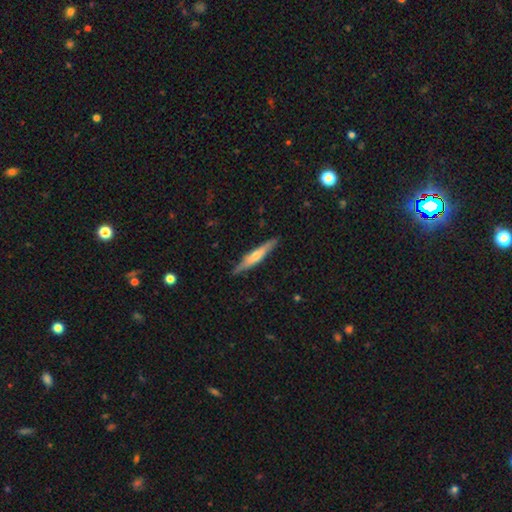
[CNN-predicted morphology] Smooth or featured?
  - featured or disk: 51% *
  - smooth: 43%
  - star or artifact: 6%
Edge-on disk?
  - yes: 93% *
  - no: 7%
Merging?
  - none: 87% *
  - minor disturbance: 10%
  - major disturbance: 2%
  - merger: 1%